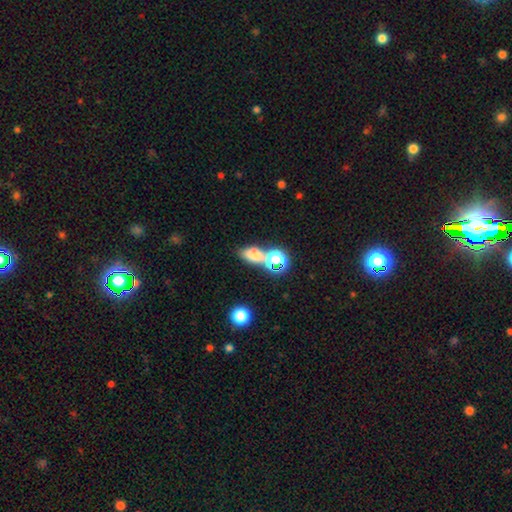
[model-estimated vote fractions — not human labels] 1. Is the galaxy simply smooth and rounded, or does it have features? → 67% smooth, 20% star or artifact, 13% featured or disk.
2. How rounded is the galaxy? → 67% in between, 25% round, 8% cigar-shaped.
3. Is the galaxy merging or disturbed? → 46% merger, 37% none, 10% minor disturbance, 7% major disturbance.